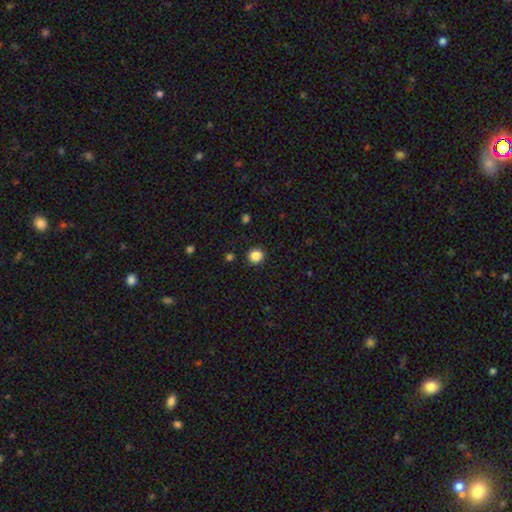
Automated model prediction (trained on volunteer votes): A smooth galaxy with no disk features (86%) that is round (91%). Merging: none (92%).